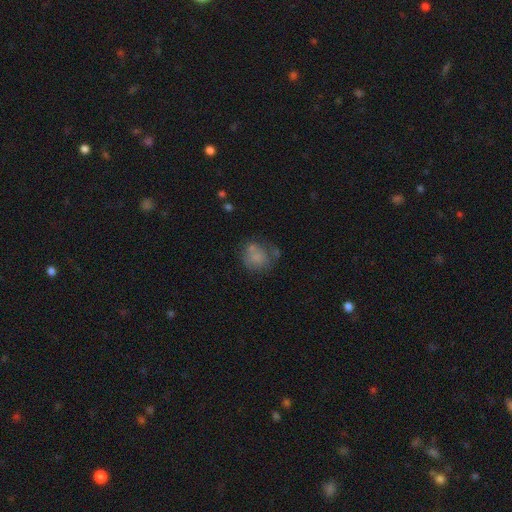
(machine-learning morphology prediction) Smooth or featured: smooth — 70% (featured or disk — 18%)
How rounded: round — 76% (in between — 23%)
Merging: none — 48% (minor disturbance — 21%)